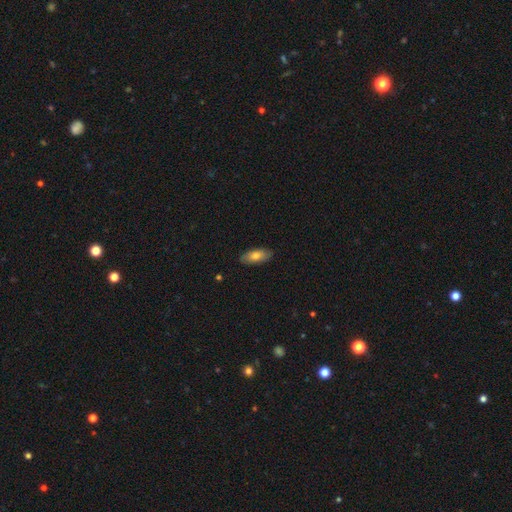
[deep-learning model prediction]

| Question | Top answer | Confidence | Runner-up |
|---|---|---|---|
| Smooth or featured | smooth | 73% | featured or disk (21%) |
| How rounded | in between | 84% | cigar-shaped (14%) |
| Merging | none | 86% | minor disturbance (11%) |